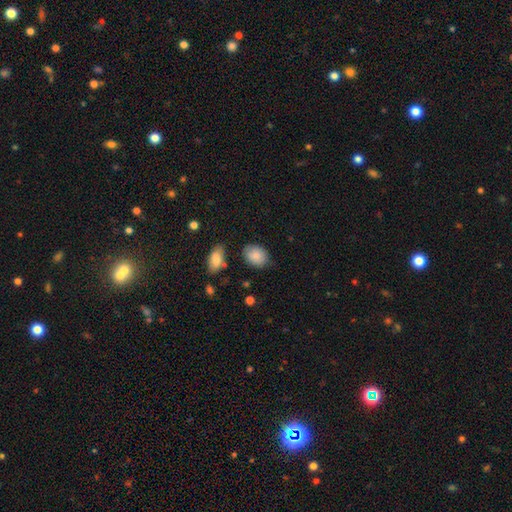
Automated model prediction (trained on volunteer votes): smooth_or_featured: smooth (p=0.86) [alt: featured or disk p=0.07]
how_rounded: in between (p=0.72) [alt: round p=0.27]
merging: none (p=0.77) [alt: minor disturbance p=0.16]